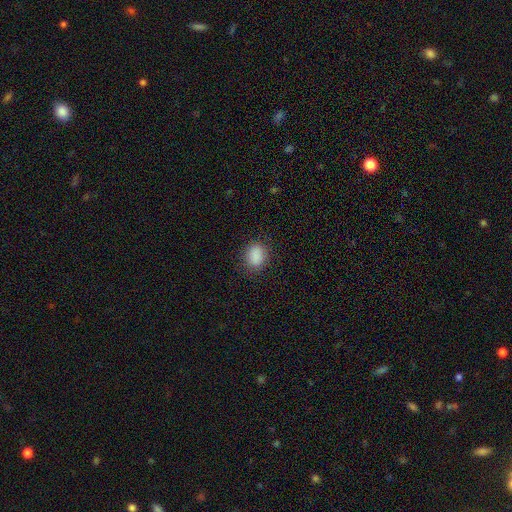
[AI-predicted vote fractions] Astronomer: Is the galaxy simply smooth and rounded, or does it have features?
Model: smooth — 88%.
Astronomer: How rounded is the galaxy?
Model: in between — 61% (runner-up: round, 38%).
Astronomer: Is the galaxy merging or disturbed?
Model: none — 83%.